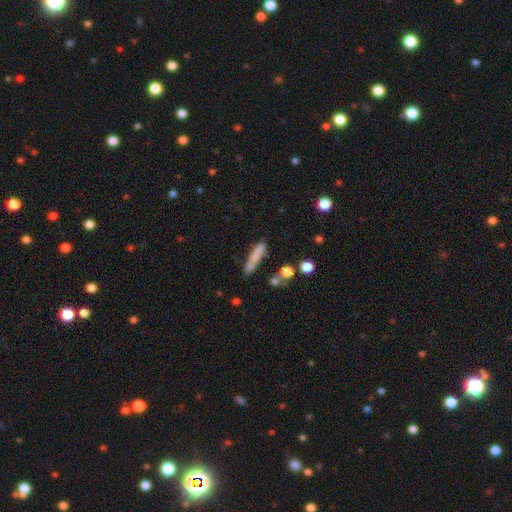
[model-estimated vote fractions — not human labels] A smooth galaxy with no disk features (75%) that is cigar-shaped (87%). Merging: none (63%).